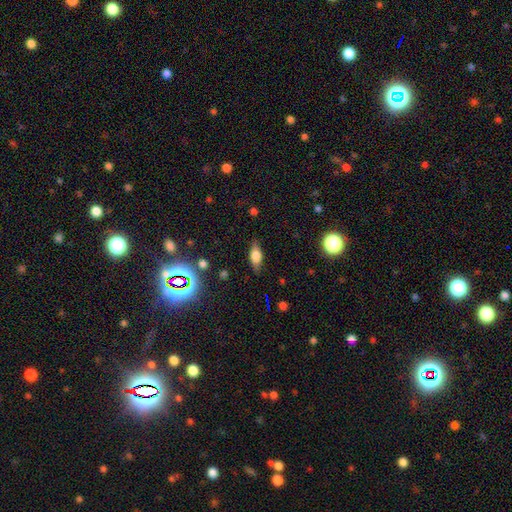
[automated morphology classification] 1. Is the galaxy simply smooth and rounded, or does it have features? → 58% smooth, 31% featured or disk, 11% star or artifact.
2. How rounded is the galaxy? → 75% in between, 18% cigar-shaped, 6% round.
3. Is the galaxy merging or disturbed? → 82% none, 13% minor disturbance, 3% major disturbance, 1% merger.